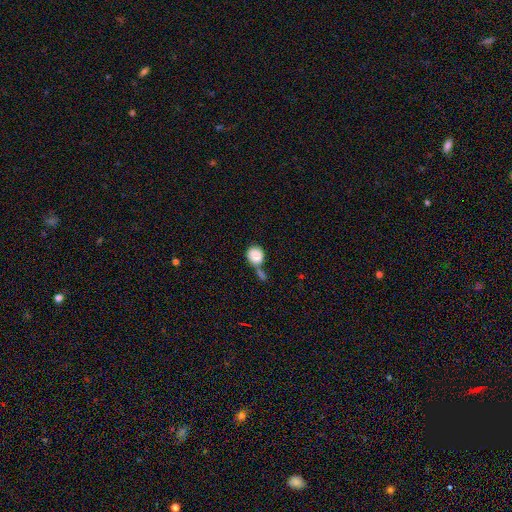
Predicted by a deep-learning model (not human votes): This is clearly a smooth galaxy (87%). How rounded: likely round (80%). Merging: marginally none (38%, tied with merger).